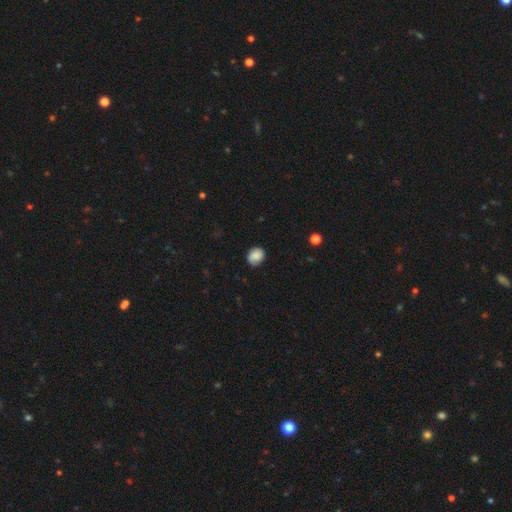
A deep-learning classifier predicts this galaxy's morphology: Smooth or featured? Predicted: smooth (p=0.80). How rounded? Predicted: round (p=0.60). Merging? Predicted: none (p=0.72).